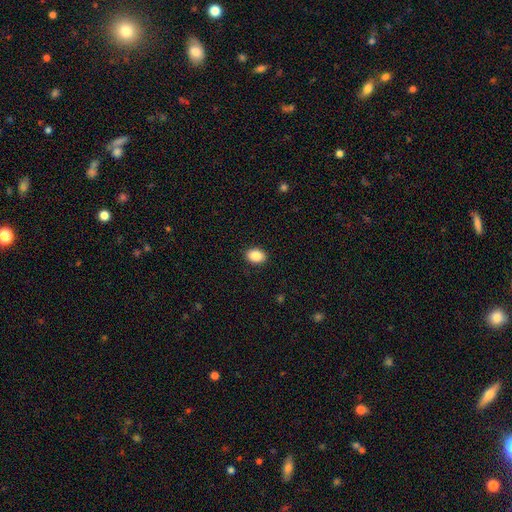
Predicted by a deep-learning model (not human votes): Smooth or featured: smooth — 88% (star or artifact — 8%)
How rounded: in between — 77% (round — 22%)
Merging: none — 90% (minor disturbance — 7%)